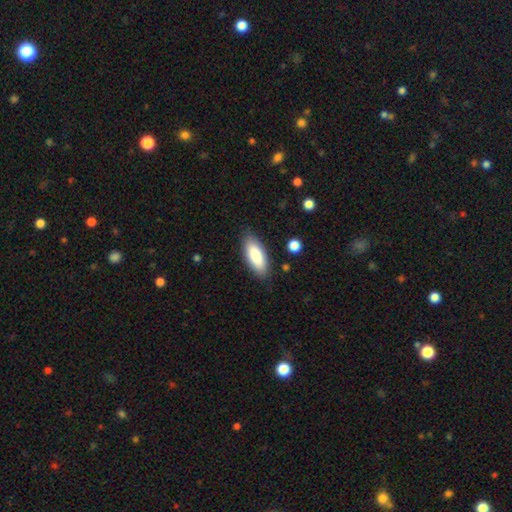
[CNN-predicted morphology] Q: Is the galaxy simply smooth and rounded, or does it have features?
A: smooth — 84%.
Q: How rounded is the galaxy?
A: in between — 79%.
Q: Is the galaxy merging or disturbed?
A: none — 85%.